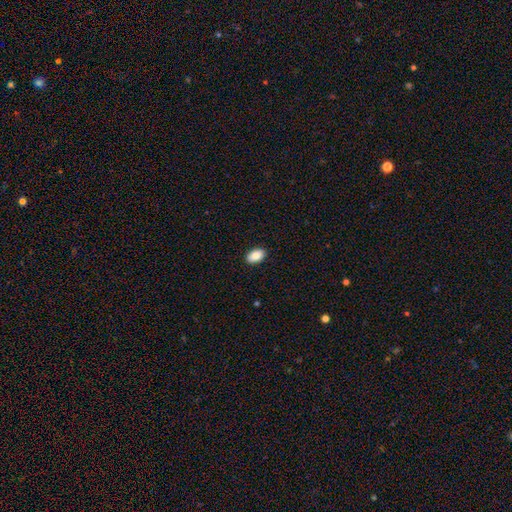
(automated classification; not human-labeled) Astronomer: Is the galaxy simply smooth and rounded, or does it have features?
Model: smooth — 87%.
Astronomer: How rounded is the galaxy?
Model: in between — 92%.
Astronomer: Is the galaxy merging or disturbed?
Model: none — 90%.